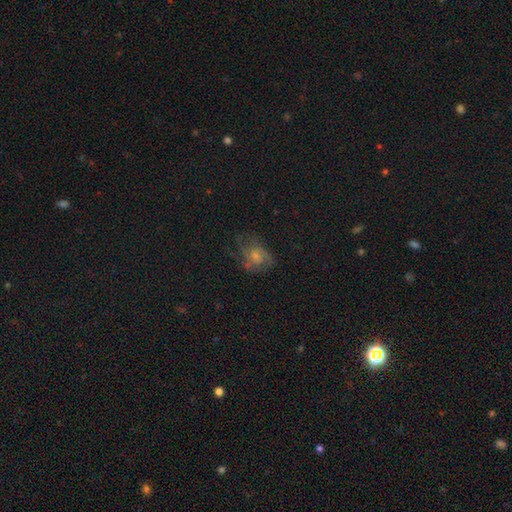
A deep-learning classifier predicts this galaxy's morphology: Smooth or featured?
  - featured or disk: 44% *
  - smooth: 35%
  - star or artifact: 21%
Merging?
  - none: 59% *
  - minor disturbance: 22%
  - major disturbance: 17%
  - merger: 2%